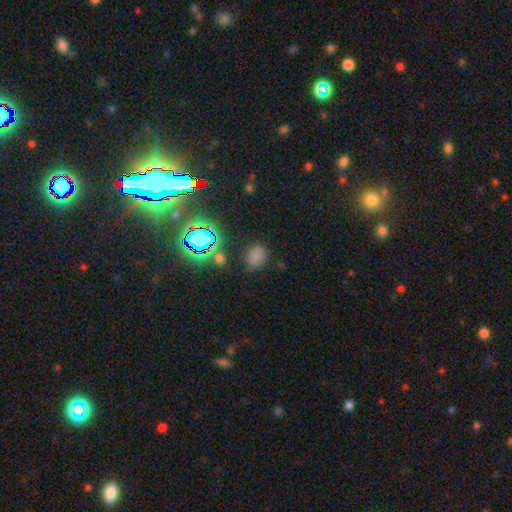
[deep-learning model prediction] Smooth or featured: smooth — 67% (star or artifact — 26%)
How rounded: in between — 53% (round — 45%)
Merging: none — 74% (minor disturbance — 16%)